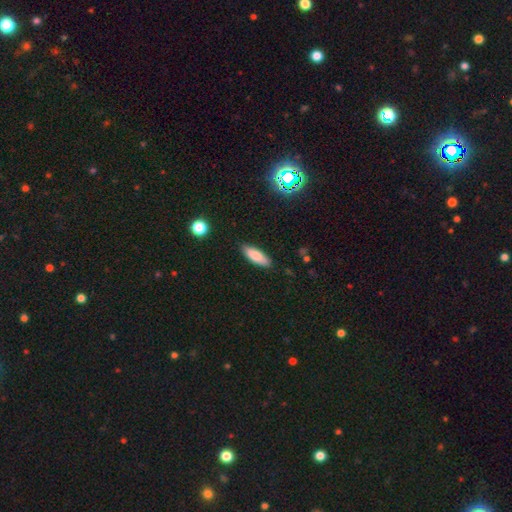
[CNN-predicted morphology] A smooth galaxy with no disk features (82%) that is in between round and cigar-shaped (60%). Merging: none (87%).